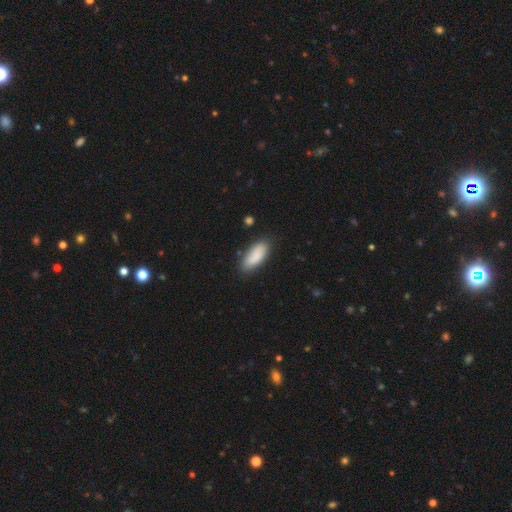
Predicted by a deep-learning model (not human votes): This appears to be a smooth galaxy with no disk features (87%) that is in between round and cigar-shaped (78%). Merging: none (79%).